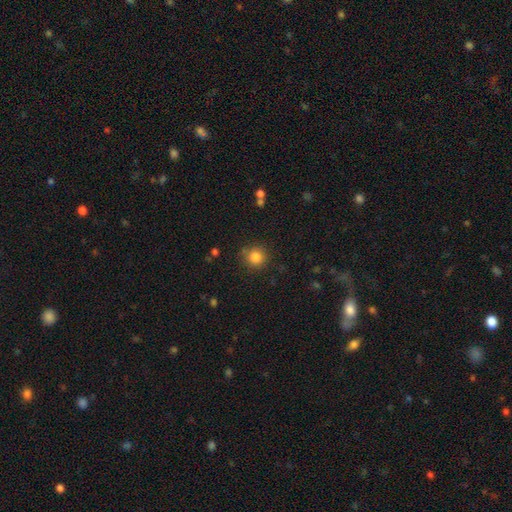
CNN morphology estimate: smooth 82%, star or artifact 13%, featured or disk 5%. Down the decision tree: how rounded — round (93%); merging — none (86%).